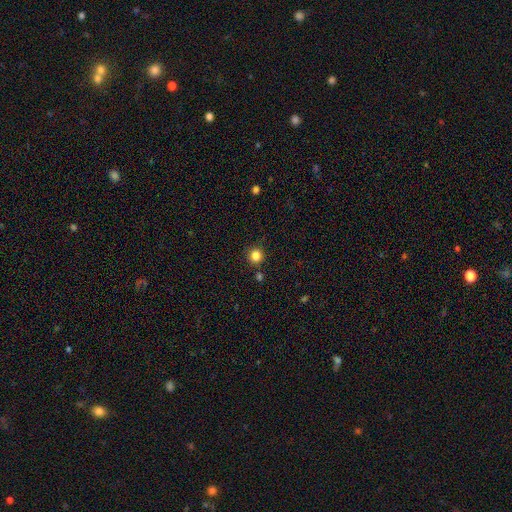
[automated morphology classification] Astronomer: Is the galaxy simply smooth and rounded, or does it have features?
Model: smooth — 83%.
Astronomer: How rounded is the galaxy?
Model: round — 91%.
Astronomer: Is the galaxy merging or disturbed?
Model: none — 86%.